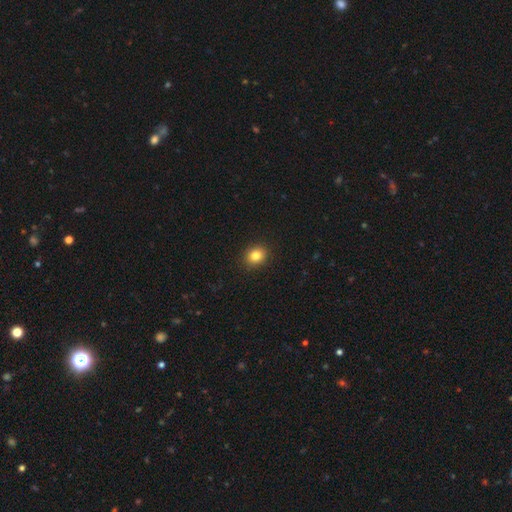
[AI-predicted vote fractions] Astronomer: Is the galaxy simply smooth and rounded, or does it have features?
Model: smooth — 82%.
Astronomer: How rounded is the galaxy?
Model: round — 68%.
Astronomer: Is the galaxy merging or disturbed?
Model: none — 91%.